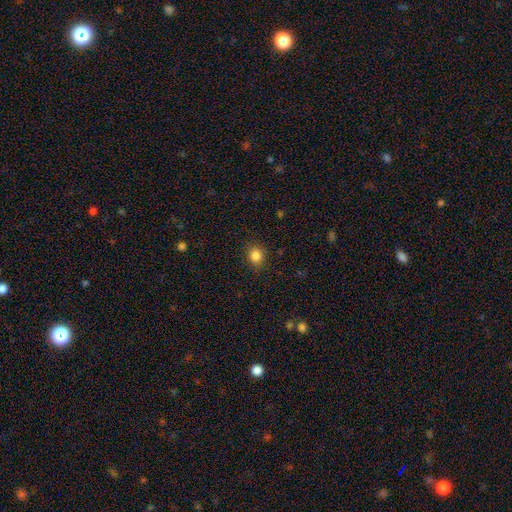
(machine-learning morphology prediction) Smooth or featured? smooth (84%)
How rounded? round (77%)
Merging? none (89%)